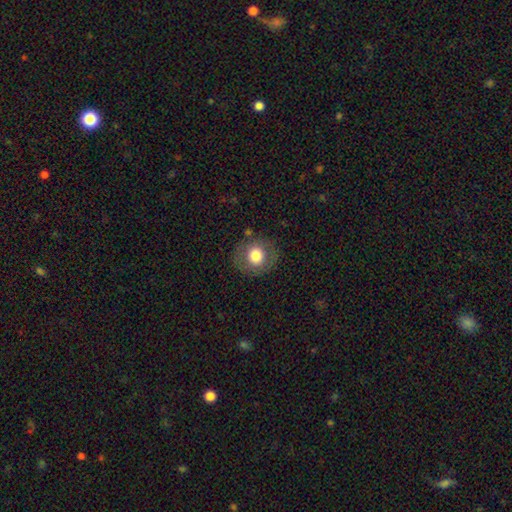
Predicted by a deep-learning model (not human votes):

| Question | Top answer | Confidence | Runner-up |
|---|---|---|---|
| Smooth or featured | smooth | 75% | featured or disk (16%) |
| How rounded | round | 89% | in between (10%) |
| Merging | none | 84% | minor disturbance (10%) |